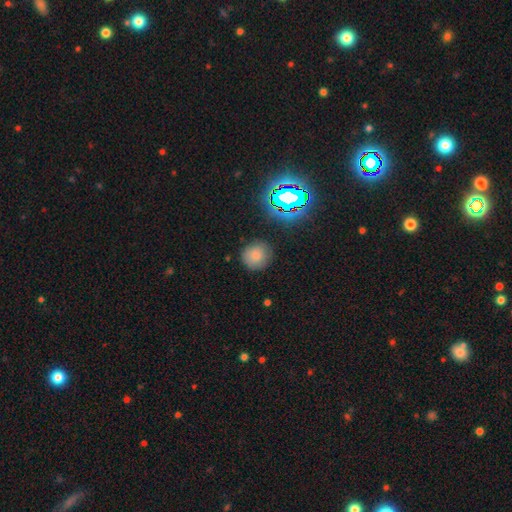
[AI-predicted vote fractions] smooth 76%, star or artifact 17%, featured or disk 7%. Down the decision tree: how rounded — round (90%); merging — none (85%).